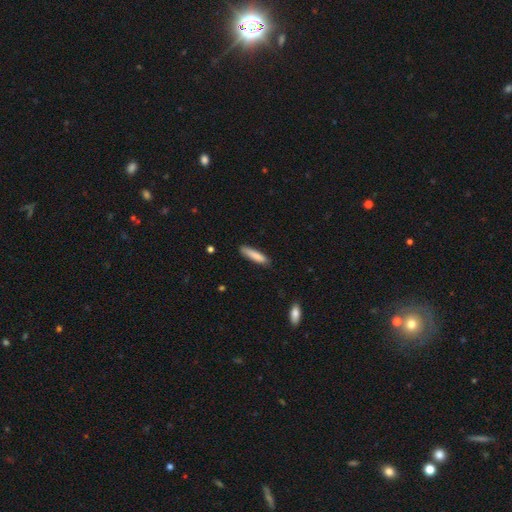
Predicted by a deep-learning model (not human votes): This is clearly a smooth galaxy (85%). How rounded: clearly cigar-shaped (83%). Merging: clearly none (82%).